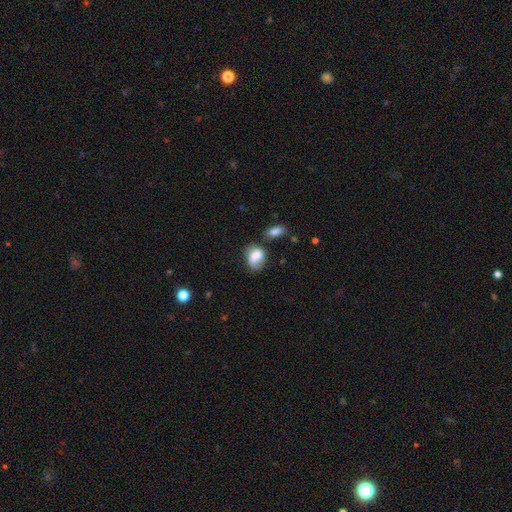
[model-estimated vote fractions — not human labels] Smooth or featured? Predicted: smooth (p=0.76). How rounded? Predicted: in between (p=0.65). Merging? Predicted: none (p=0.43).